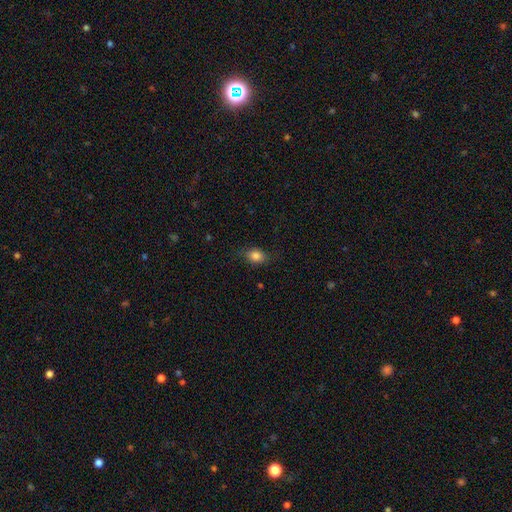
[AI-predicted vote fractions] Q: Smooth or featured?
A: smooth (83%); runner-up: star or artifact (10%)
Q: How rounded?
A: in between (67%); runner-up: round (31%)
Q: Merging?
A: none (79%); runner-up: minor disturbance (16%)